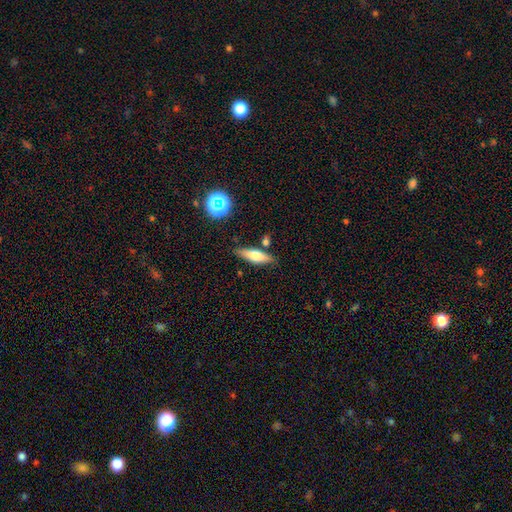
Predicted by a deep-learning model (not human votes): Overall: smooth (58%; featured or disk 34%). How rounded: cigar-shaped (53%; in between 44%). Merging: none (78%).